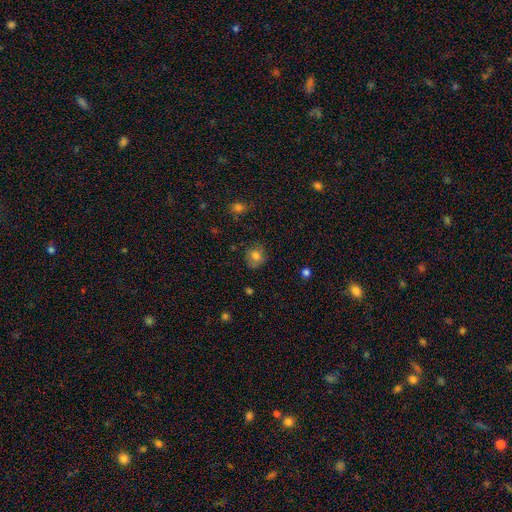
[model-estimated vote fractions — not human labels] Smooth or featured? smooth (77%)
How rounded? round (69%)
Merging? none (74%)